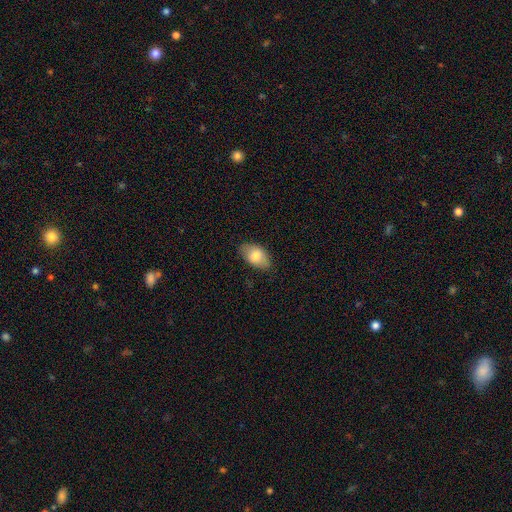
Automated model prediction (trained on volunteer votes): The model was most divided on "smooth or featured": smooth: 79%, featured or disk: 14%, star or artifact: 7%. More confident: how rounded — in between (92%); merging — none (80%).